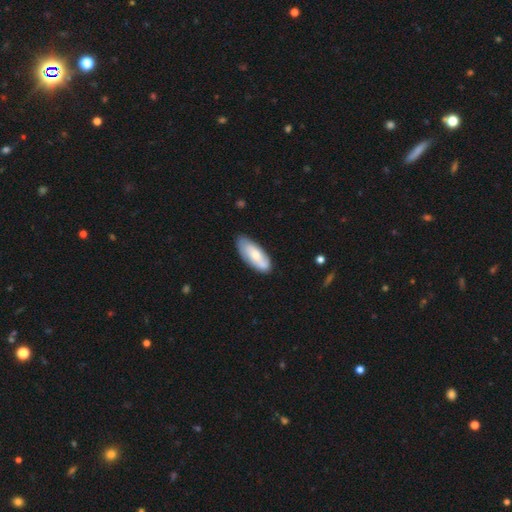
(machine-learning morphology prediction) Q: Smooth or featured?
A: smooth (62%); runner-up: featured or disk (33%)
Q: How rounded?
A: in between (80%); runner-up: cigar-shaped (18%)
Q: Merging?
A: none (75%); runner-up: minor disturbance (19%)